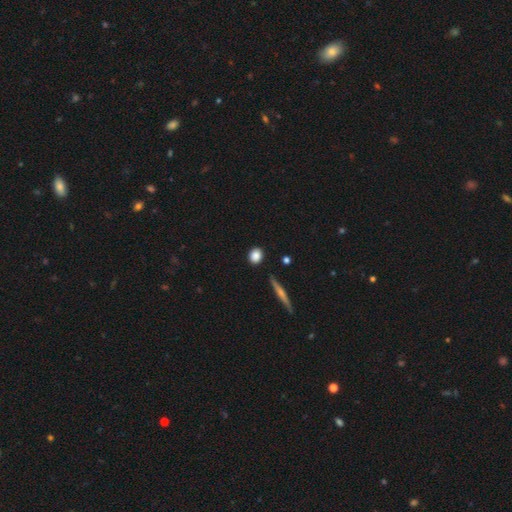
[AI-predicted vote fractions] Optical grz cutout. It shows a smooth galaxy with no disk features (86%) that is round (67%). Merging: none (88%).